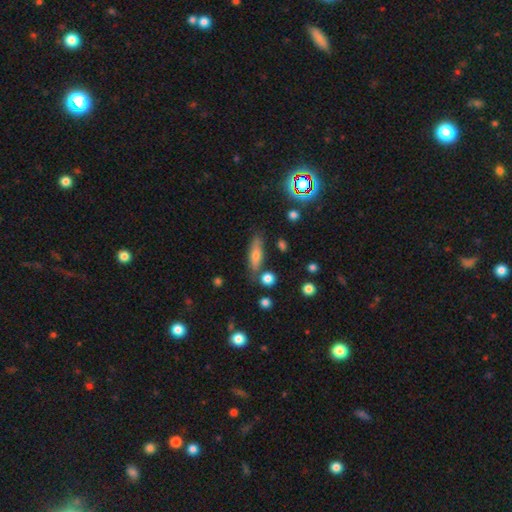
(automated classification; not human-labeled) Q: Smooth or featured?
A: smooth (64%); runner-up: featured or disk (26%)
Q: How rounded?
A: in between (49%); runner-up: cigar-shaped (47%)
Q: Merging?
A: none (72%); runner-up: minor disturbance (16%)